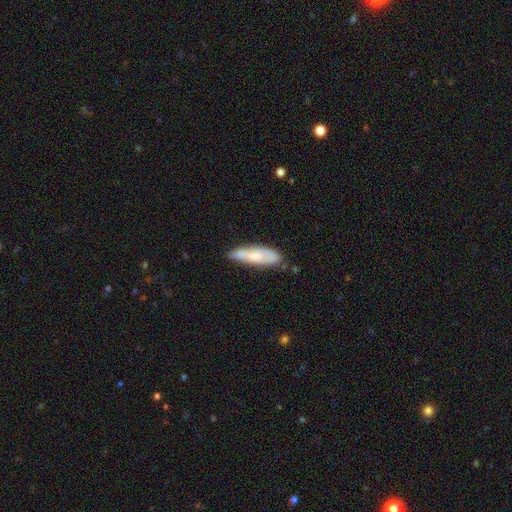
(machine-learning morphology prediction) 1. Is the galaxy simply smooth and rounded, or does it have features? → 60% smooth, 34% featured or disk, 6% star or artifact.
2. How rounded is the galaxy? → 56% cigar-shaped, 42% in between, 2% round.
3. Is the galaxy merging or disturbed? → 66% none, 25% minor disturbance, 5% major disturbance, 3% merger.